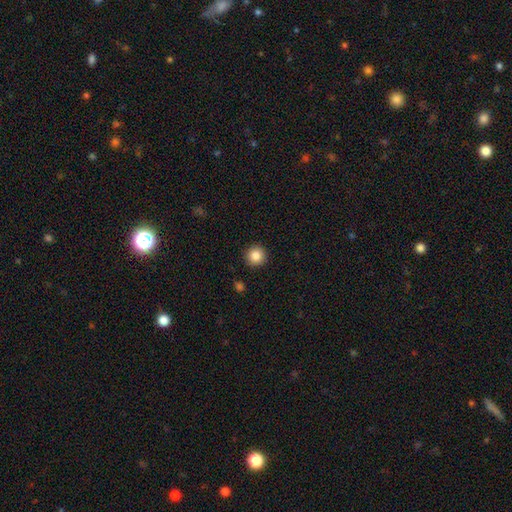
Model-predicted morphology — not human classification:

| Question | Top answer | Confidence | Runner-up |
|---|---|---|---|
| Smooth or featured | smooth | 86% | star or artifact (10%) |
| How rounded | round | 95% | in between (4%) |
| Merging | none | 92% | minor disturbance (5%) |